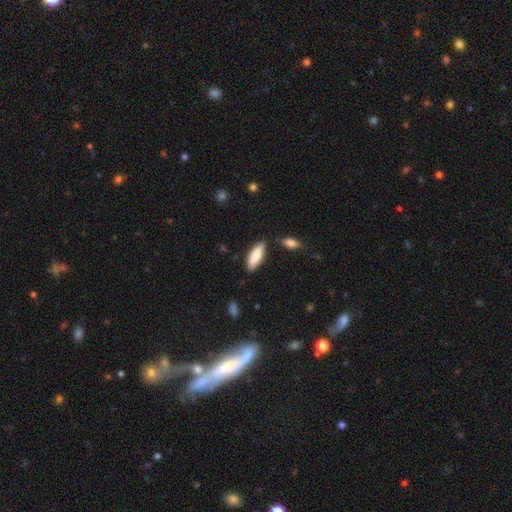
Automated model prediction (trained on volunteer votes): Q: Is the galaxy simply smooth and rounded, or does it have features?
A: smooth — 84%.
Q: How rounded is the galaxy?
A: in between — 63%.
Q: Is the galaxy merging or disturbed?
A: none — 79%.